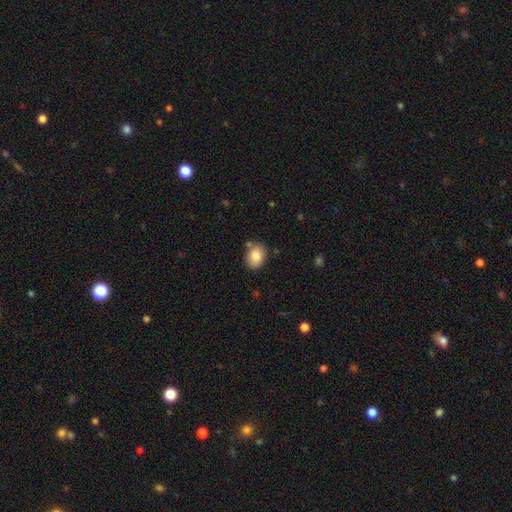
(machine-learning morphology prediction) smooth_or_featured: smooth (p=0.84) [alt: featured or disk p=0.08]
how_rounded: in between (p=0.66) [alt: round p=0.33]
merging: none (p=0.73) [alt: minor disturbance p=0.16]